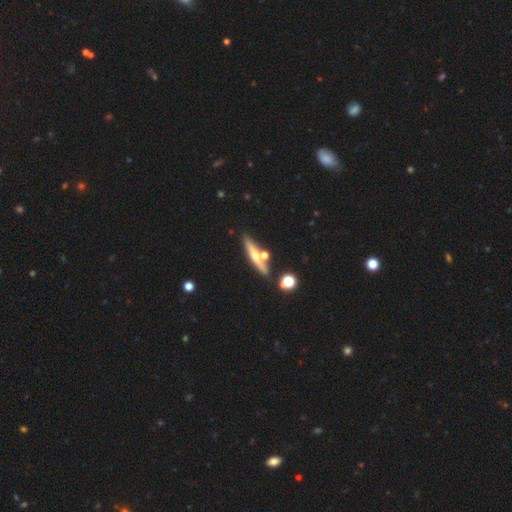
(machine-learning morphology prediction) Smooth or featured?
  - featured or disk: 55% *
  - smooth: 36%
  - star or artifact: 9%
Edge-on disk?
  - yes: 92% *
  - no: 8%
Edge-on bulge?
  - rounded: 86% *
  - none: 10%
  - boxy: 4%
Merging?
  - none: 73% *
  - merger: 14%
  - minor disturbance: 10%
  - major disturbance: 3%